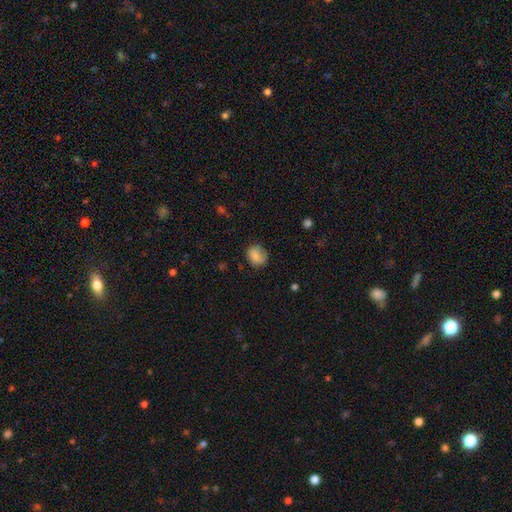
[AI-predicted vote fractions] This is likely a smooth galaxy (78%). How rounded: likely round (63%). Merging: likely none (70%).